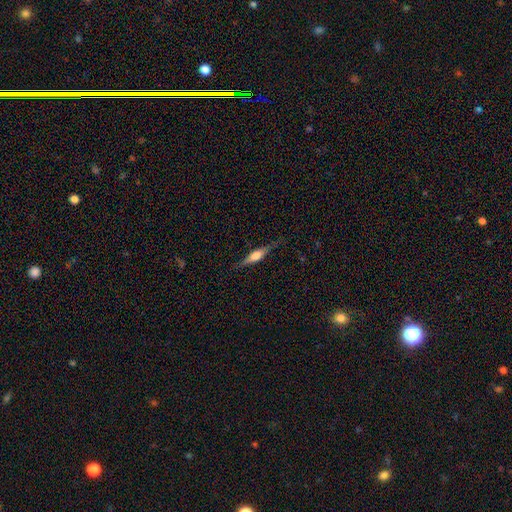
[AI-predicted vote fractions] smooth-or-featured: featured or disk: 57% | smooth: 37% | star or artifact: 7%
  disk-edge-on: yes: 95% | no: 5%
    edge-on-bulge: rounded: 75% | boxy: 20% | none: 6%
  merging: none: 80% | minor disturbance: 15% | major disturbance: 4% | merger: 1%